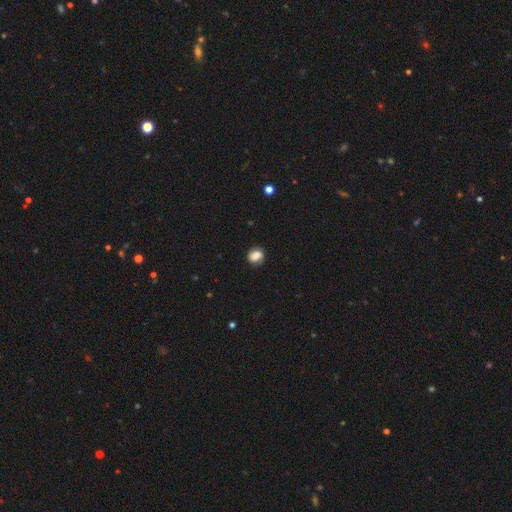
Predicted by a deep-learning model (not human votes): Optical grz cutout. It shows a smooth galaxy with no disk features (78%) that is round (59%). Merging: none (77%).